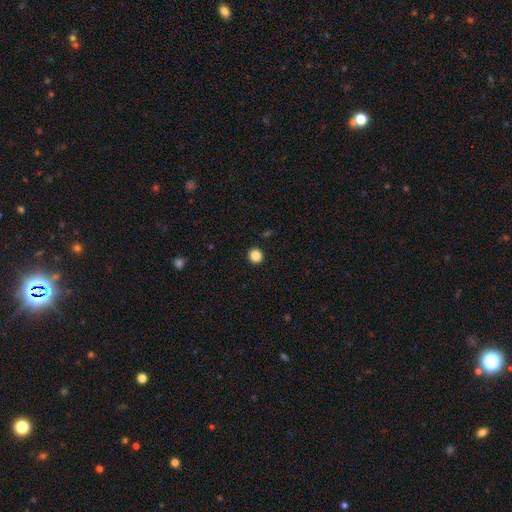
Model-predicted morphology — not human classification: smooth 86%, star or artifact 11%, featured or disk 3%. Down the decision tree: how rounded — round (95%); merging — none (94%).